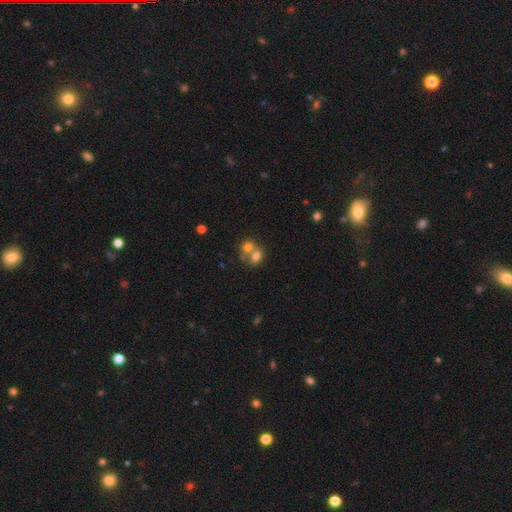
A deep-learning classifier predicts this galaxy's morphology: type=smooth (72%); roundness=round (59%); merging=merger (62%).